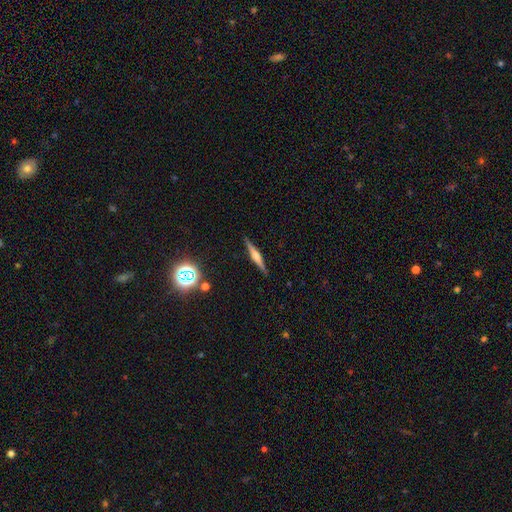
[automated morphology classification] smooth-or-featured: featured or disk: 67% | smooth: 24% | star or artifact: 9%
  disk-edge-on: yes: 98% | no: 2%
    edge-on-bulge: rounded: 75% | boxy: 17% | none: 7%
  merging: none: 91% | minor disturbance: 7% | major disturbance: 2% | merger: 1%